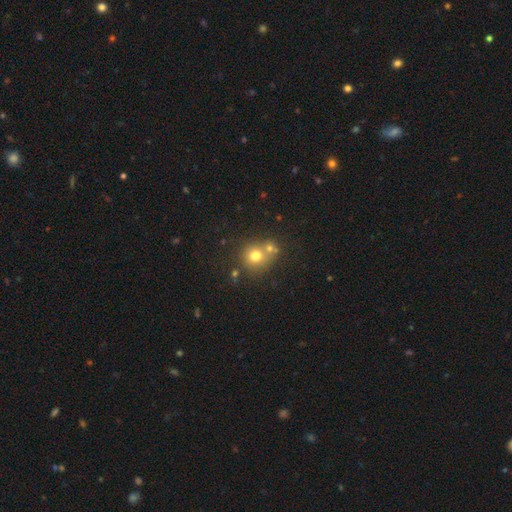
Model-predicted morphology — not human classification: A smooth galaxy with no disk features (73%) that is round (84%).

Vote fractions:
- Smooth or featured? smooth: 73% / star or artifact: 14% / featured or disk: 13%
- How rounded? round: 84% / in between: 15% / cigar-shaped: 1%
- Merging? none: 52% / merger: 35% / minor disturbance: 10% / major disturbance: 4%